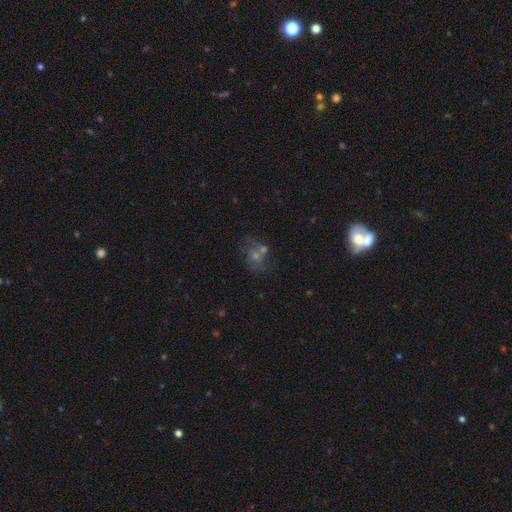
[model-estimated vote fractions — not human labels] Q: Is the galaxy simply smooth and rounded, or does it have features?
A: smooth — 36%.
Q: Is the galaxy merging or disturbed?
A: none — 51%.